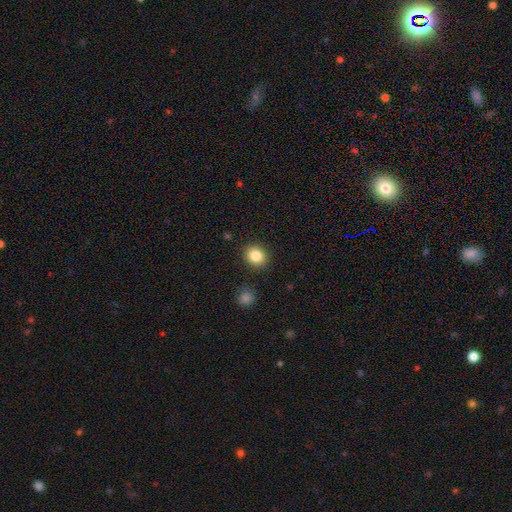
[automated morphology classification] smooth-or-featured: smooth: 85% | star or artifact: 10% | featured or disk: 6%
  how-rounded: round: 73% | in between: 27% | cigar-shaped: 1%
  merging: none: 89% | minor disturbance: 7% | major disturbance: 2% | merger: 2%